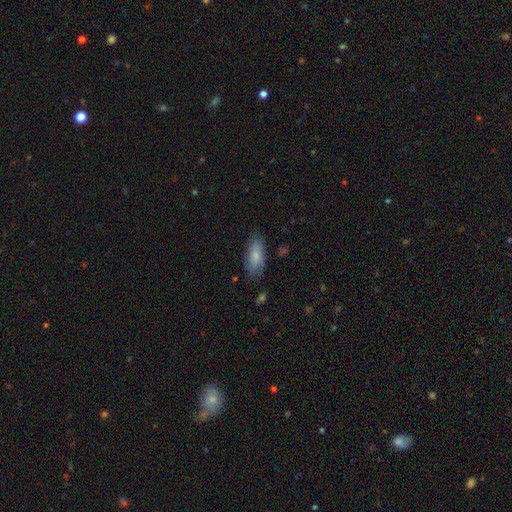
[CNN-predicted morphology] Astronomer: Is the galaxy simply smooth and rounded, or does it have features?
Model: smooth — 78%.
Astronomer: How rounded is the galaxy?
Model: in between — 83%.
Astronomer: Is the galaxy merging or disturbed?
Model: none — 76%.